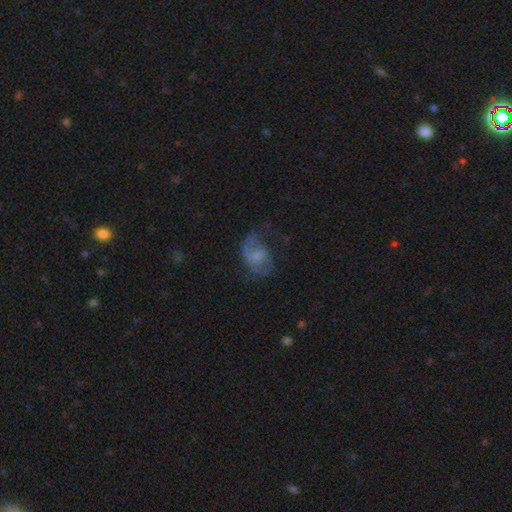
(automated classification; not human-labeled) A featured or disk galaxy (53%) with no bar (53%), spiral arms (69%) and no central bulge (34%).

Vote fractions:
- Smooth or featured? featured or disk: 53% / smooth: 36% / star or artifact: 11%
- Edge-on disk? no: 97% / yes: 3%
- Bar? no: 53% / weak: 39% / strong: 8%
- Spiral arms? yes: 69% / no: 31%
- Bulge size? none: 34% / small: 30% / moderate: 27% / large: 8% / dominant: 2%
- Merging? none: 42% / major disturbance: 33% / minor disturbance: 23% / merger: 2%